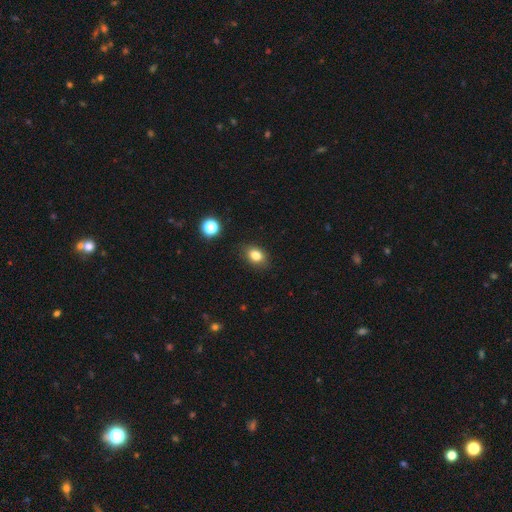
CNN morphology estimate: Smooth or featured: smooth — 81% (star or artifact — 12%)
How rounded: in between — 69% (round — 29%)
Merging: none — 86% (minor disturbance — 11%)